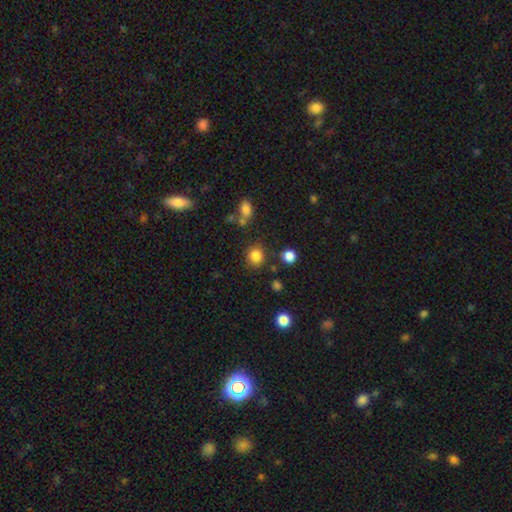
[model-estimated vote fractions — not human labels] Smooth or featured? Predicted: smooth (p=0.83). How rounded? Predicted: round (p=0.86). Merging? Predicted: none (p=0.81).